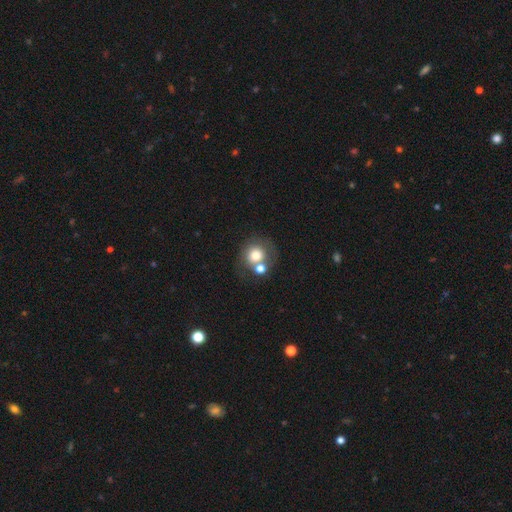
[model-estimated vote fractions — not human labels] Smooth or featured? Predicted: smooth (p=0.72). How rounded? Predicted: round (p=0.84). Merging? Predicted: none (p=0.46).